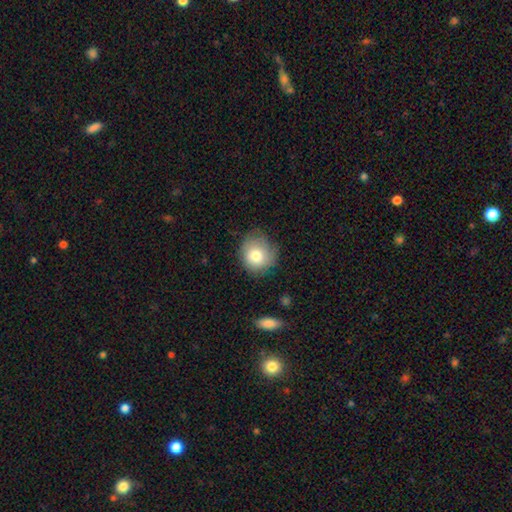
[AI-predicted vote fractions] A smooth galaxy with no disk features (78%) that is round (83%).

Vote fractions:
- Smooth or featured? smooth: 78% / featured or disk: 13% / star or artifact: 9%
- How rounded? round: 83% / in between: 16% / cigar-shaped: 1%
- Merging? none: 70% / minor disturbance: 23% / major disturbance: 6% / merger: 2%